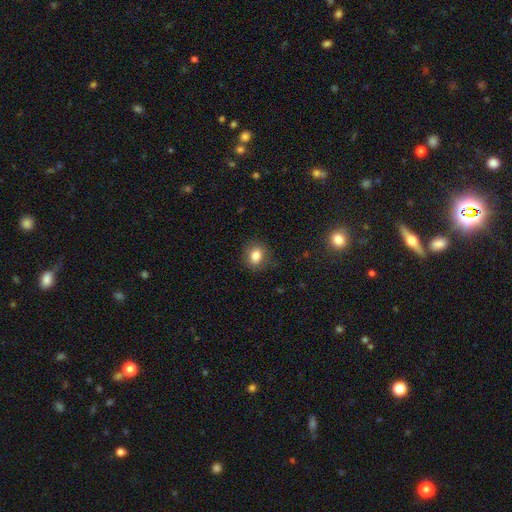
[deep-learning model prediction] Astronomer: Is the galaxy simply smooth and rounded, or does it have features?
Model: smooth — 82%.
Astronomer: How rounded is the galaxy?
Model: round — 51% (runner-up: in between, 48%).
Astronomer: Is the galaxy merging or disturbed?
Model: none — 84%.